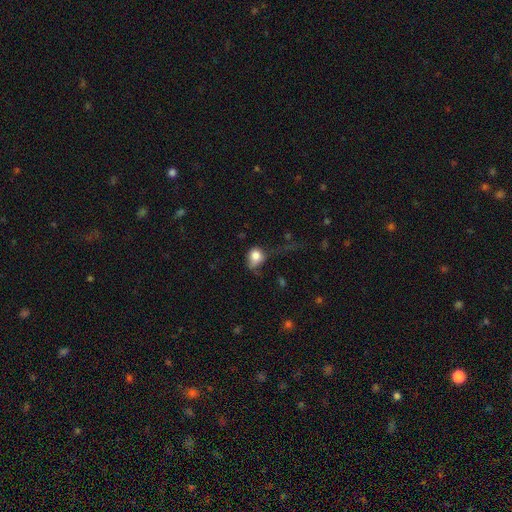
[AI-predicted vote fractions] smooth-or-featured: smooth: 78% | featured or disk: 12% | star or artifact: 10%
  how-rounded: round: 56% | in between: 43% | cigar-shaped: 2%
  merging: major disturbance: 36% | minor disturbance: 31% | none: 28% | merger: 5%